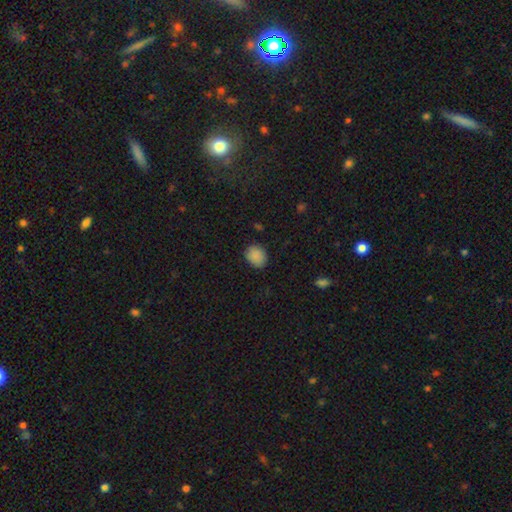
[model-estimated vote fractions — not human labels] smooth 88%, star or artifact 9%, featured or disk 3%. Down the decision tree: how rounded — in between (50%, tied with round); merging — none (83%).